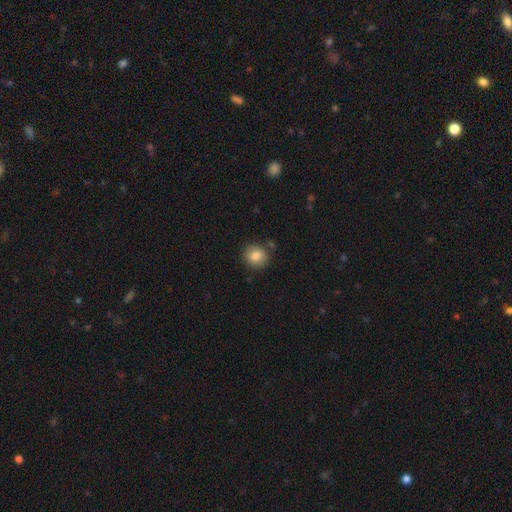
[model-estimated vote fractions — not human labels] Overall: smooth (84%). How rounded: round (84%). Merging: none (82%).